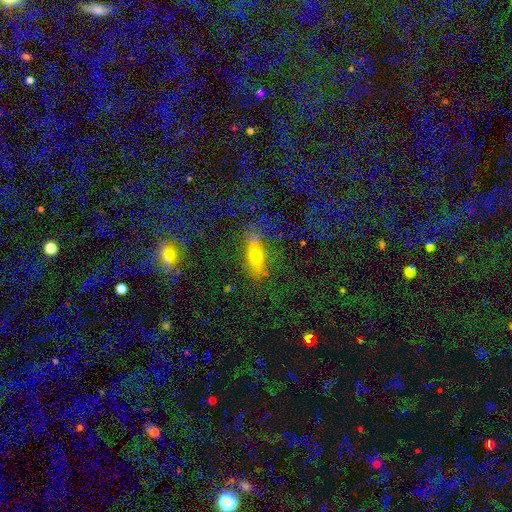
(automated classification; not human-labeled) smooth-or-featured: smooth: 59% | featured or disk: 25% | star or artifact: 15%
  how-rounded: in between: 62% | cigar-shaped: 30% | round: 8%
  merging: none: 67% | minor disturbance: 17% | major disturbance: 9% | merger: 7%